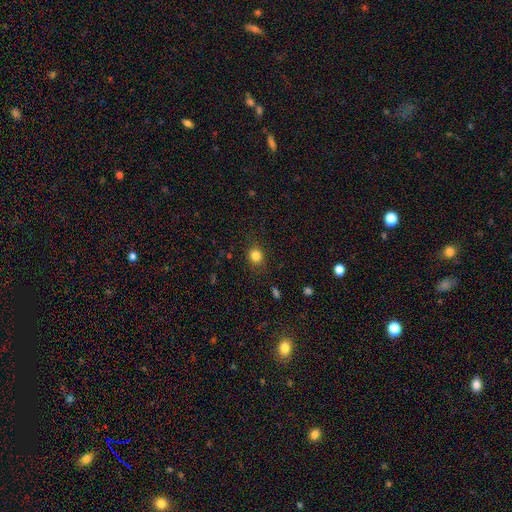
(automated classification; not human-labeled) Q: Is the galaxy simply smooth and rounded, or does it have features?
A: smooth — 82%.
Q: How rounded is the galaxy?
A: round — 73%.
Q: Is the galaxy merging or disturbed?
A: none — 85%.